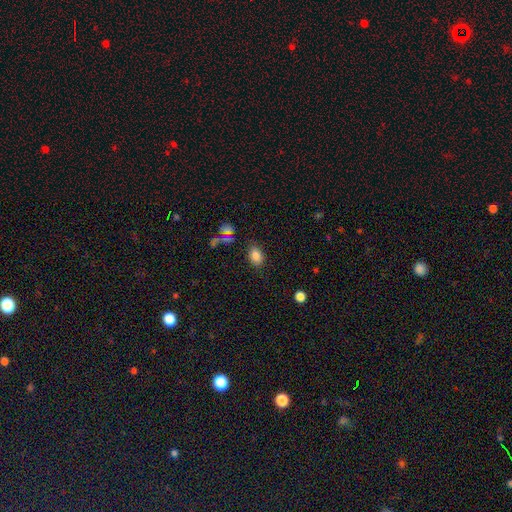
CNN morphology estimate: Overall: smooth (83%). How rounded: in between (83%). Merging: none (77%).